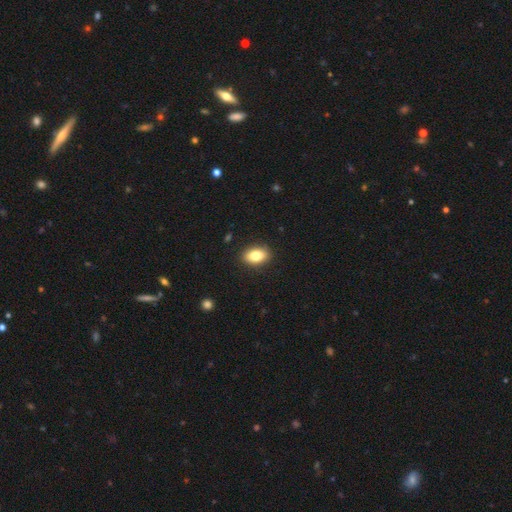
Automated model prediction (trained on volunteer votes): This is clearly a smooth galaxy (81%). How rounded: clearly in between (85%). Merging: clearly none (89%).